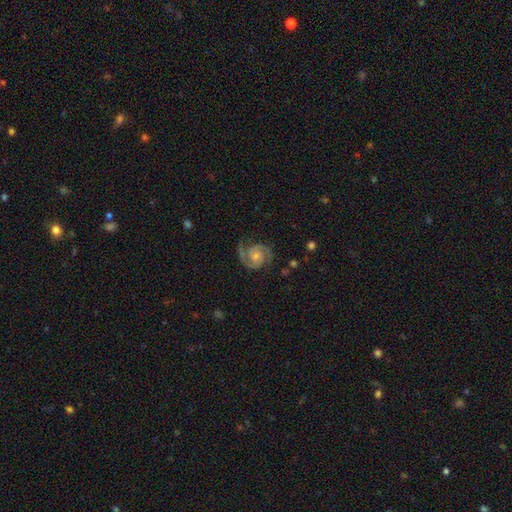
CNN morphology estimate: smooth_or_featured: featured or disk (p=0.89) [alt: smooth p=0.06]
disk_edge_on: no (p=0.98) [alt: yes p=0.02]
bar: no (p=0.68) [alt: weak p=0.27]
has_spiral_arms: yes (p=0.98) [alt: no p=0.02]
spiral_winding: medium (p=0.50) [alt: tight p=0.39]
spiral_arm_count: 2 (p=0.92) [alt: can't tell p=0.02]
bulge_size: small (p=0.48) [alt: moderate p=0.39]
merging: none (p=0.76) [alt: minor disturbance p=0.15]